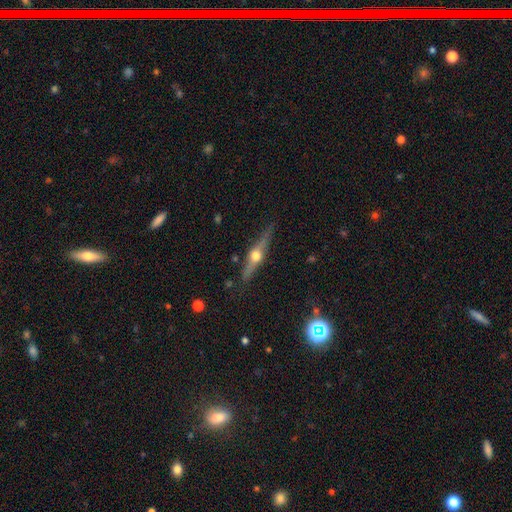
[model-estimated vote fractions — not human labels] smooth-or-featured: featured or disk: 74% | smooth: 19% | star or artifact: 7%
  disk-edge-on: yes: 96% | no: 4%
    edge-on-bulge: rounded: 96% | boxy: 2% | none: 2%
  merging: none: 84% | minor disturbance: 11% | major disturbance: 3% | merger: 2%